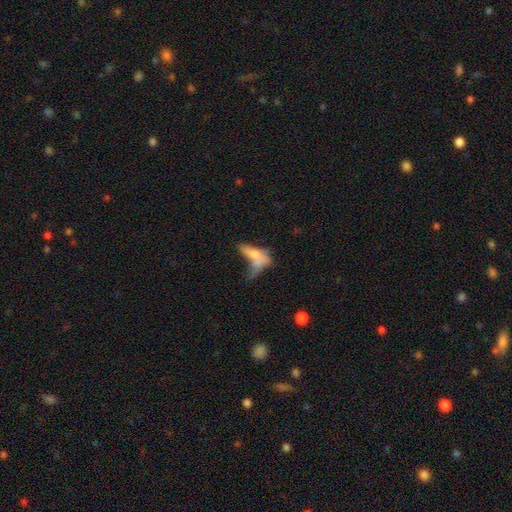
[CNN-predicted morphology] A smooth galaxy with no disk features (59%) that is in between round and cigar-shaped (65%). Merging: merger (35%).